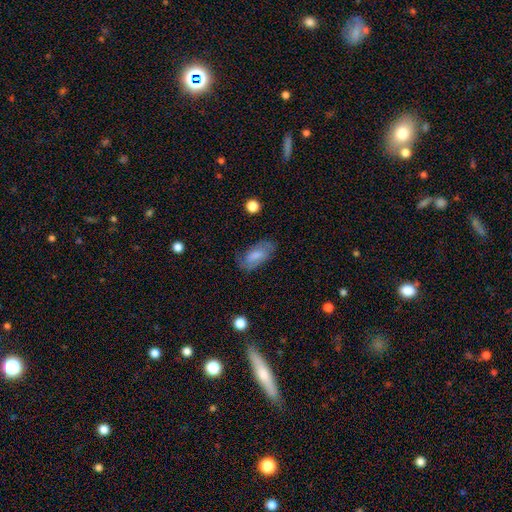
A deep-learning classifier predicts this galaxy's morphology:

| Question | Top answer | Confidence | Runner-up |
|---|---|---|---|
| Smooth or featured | smooth | 65% | featured or disk (28%) |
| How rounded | in between | 88% | cigar-shaped (9%) |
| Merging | none | 66% | minor disturbance (23%) |